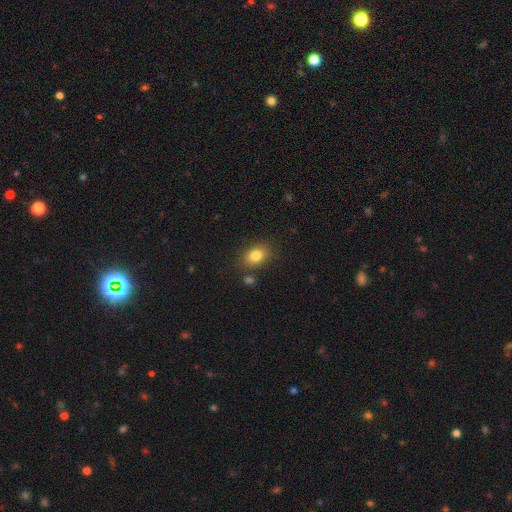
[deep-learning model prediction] This is clearly a smooth galaxy (82%). How rounded: likely in between (74%). Merging: clearly none (80%).